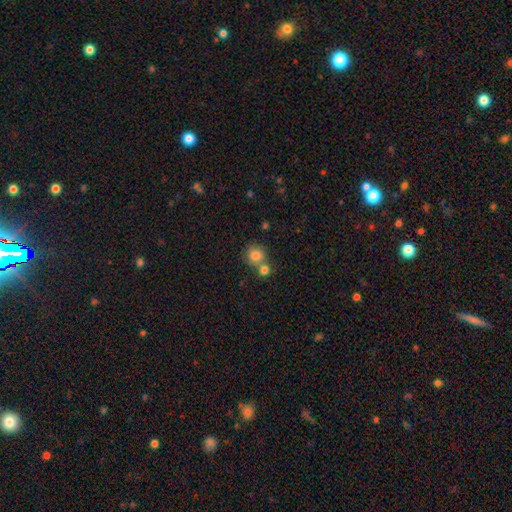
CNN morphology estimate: Overall: smooth (82%). How rounded: round (85%). Merging: none (50%; merger 38%).